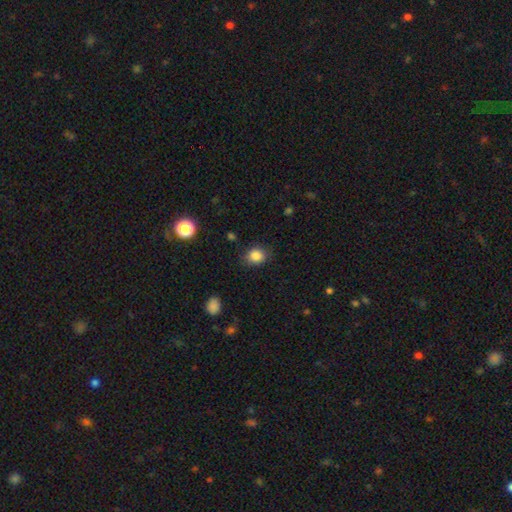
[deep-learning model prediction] Morphology: type=smooth (85%); roundness=round (66%); merging=none (80%).